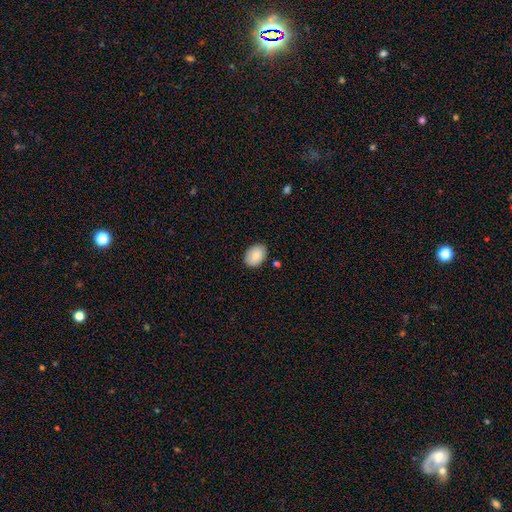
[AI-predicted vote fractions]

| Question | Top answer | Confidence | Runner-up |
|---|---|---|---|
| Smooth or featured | smooth | 85% | featured or disk (9%) |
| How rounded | in between | 76% | round (23%) |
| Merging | none | 83% | minor disturbance (13%) |